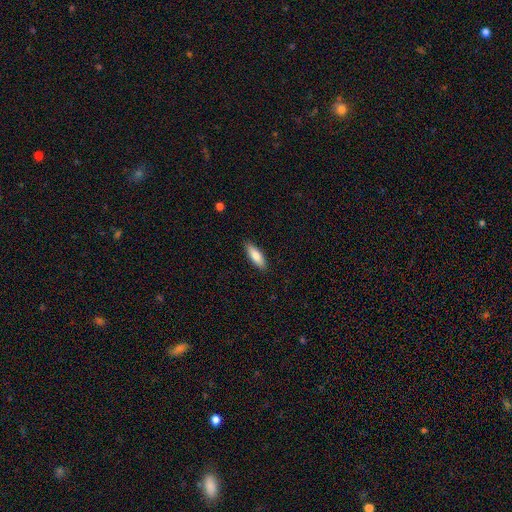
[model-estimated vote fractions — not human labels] Smooth or featured? Predicted: smooth (p=0.81). How rounded? Predicted: in between (p=0.55). Merging? Predicted: none (p=0.89).